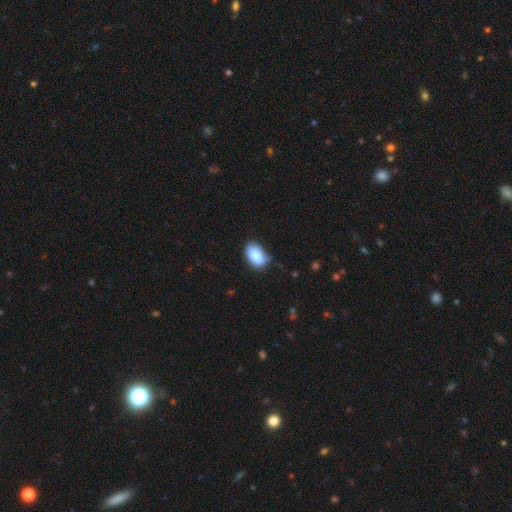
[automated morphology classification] smooth_or_featured: smooth (p=0.87) [alt: star or artifact p=0.07]
how_rounded: in between (p=0.90) [alt: round p=0.08]
merging: none (p=0.61) [alt: minor disturbance p=0.31]